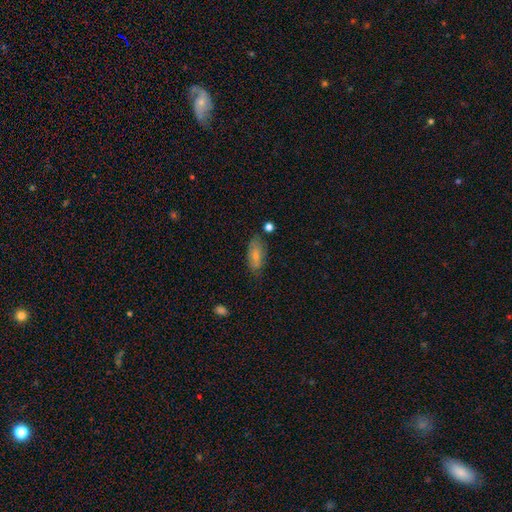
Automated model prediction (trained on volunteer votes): A smooth galaxy with no disk features (71%) that is in between round and cigar-shaped (85%).

Vote fractions:
- Smooth or featured? smooth: 71% / featured or disk: 21% / star or artifact: 7%
- How rounded? in between: 85% / cigar-shaped: 11% / round: 3%
- Merging? none: 69% / minor disturbance: 22% / major disturbance: 5% / merger: 4%